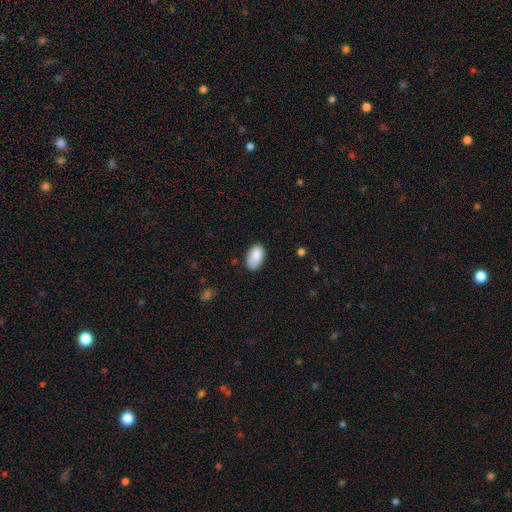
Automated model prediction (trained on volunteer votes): The model was most divided on "merging": none: 71%, minor disturbance: 22%, major disturbance: 5%, merger: 2%. More confident: how rounded — in between (94%); smooth or featured — smooth (85%).